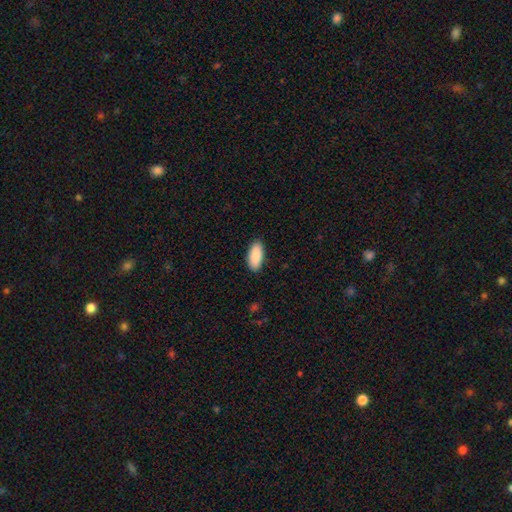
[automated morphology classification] Q: Smooth or featured?
A: smooth (89%); runner-up: star or artifact (6%)
Q: How rounded?
A: in between (87%); runner-up: cigar-shaped (11%)
Q: Merging?
A: none (89%); runner-up: minor disturbance (9%)